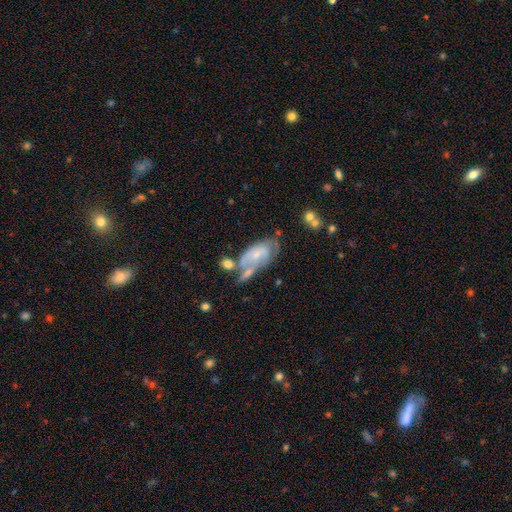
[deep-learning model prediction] A featured or disk galaxy (53%). Merging: none (29%).